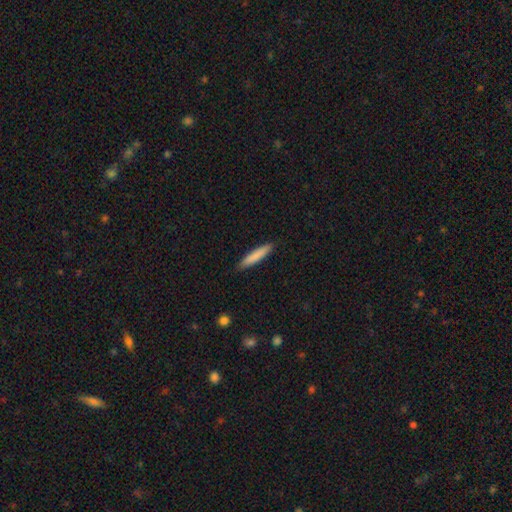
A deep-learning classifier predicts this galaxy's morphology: This is clearly a smooth galaxy (82%). How rounded: clearly cigar-shaped (91%). Merging: clearly none (90%).